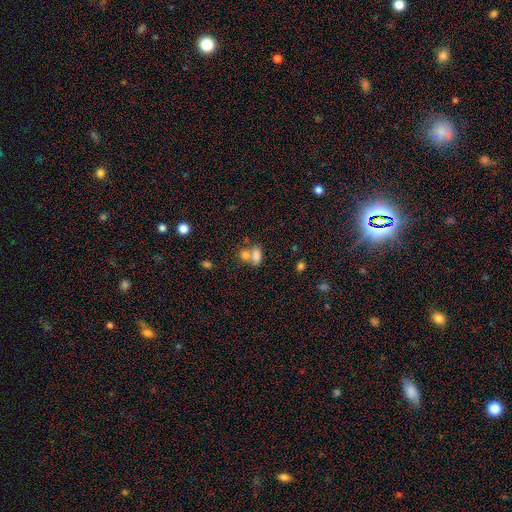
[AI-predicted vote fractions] This appears to be a smooth galaxy with no disk features (77%) that is in between round and cigar-shaped (83%). Merging: merger (56%).